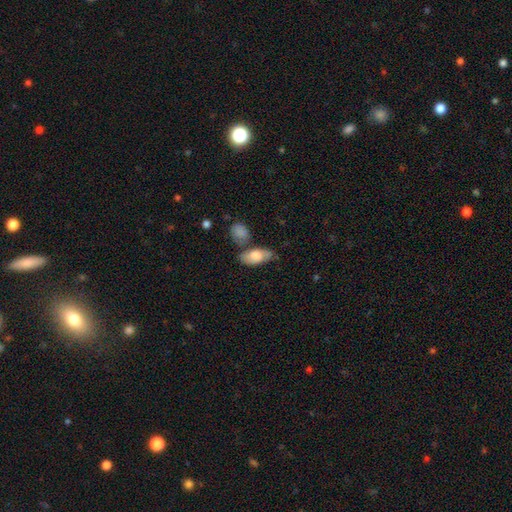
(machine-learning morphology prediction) This appears to be a smooth galaxy with no disk features (69%) that is in between round and cigar-shaped (88%). Merging: none (52%).